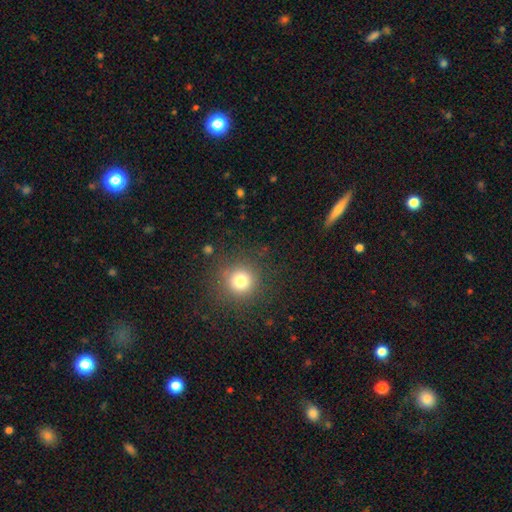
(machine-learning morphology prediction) Smooth or featured? smooth (62%)
How rounded? round (93%)
Merging? none (90%)